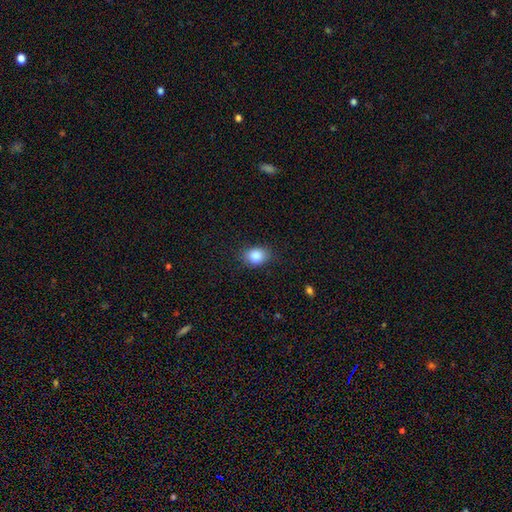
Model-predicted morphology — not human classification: Q: Smooth or featured?
A: smooth (87%); runner-up: star or artifact (9%)
Q: How rounded?
A: in between (59%); runner-up: round (40%)
Q: Merging?
A: none (81%); runner-up: minor disturbance (15%)